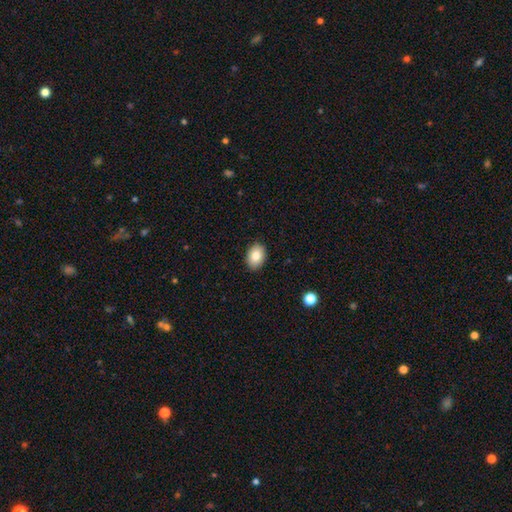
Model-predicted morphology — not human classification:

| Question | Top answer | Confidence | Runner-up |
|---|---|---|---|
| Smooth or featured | smooth | 84% | featured or disk (8%) |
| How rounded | in between | 75% | round (24%) |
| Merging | none | 90% | minor disturbance (8%) |